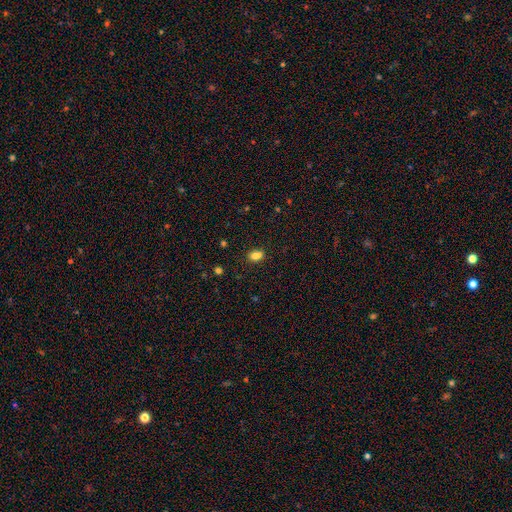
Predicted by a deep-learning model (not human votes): smooth_or_featured: smooth (p=0.80) [alt: star or artifact p=0.13]
how_rounded: in between (p=0.74) [alt: round p=0.24]
merging: none (p=0.62) [alt: merger p=0.18]